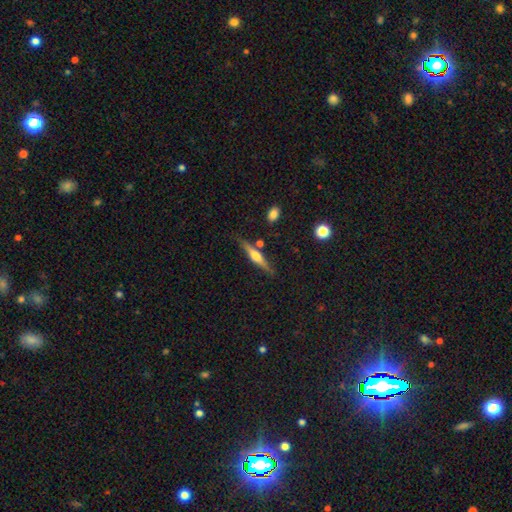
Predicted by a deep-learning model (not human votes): smooth_or_featured: featured or disk (p=0.65) [alt: smooth p=0.28]
disk_edge_on: yes (p=0.97) [alt: no p=0.03]
edge_on_bulge: rounded (p=0.89) [alt: boxy p=0.07]
merging: none (p=0.80) [alt: minor disturbance p=0.12]